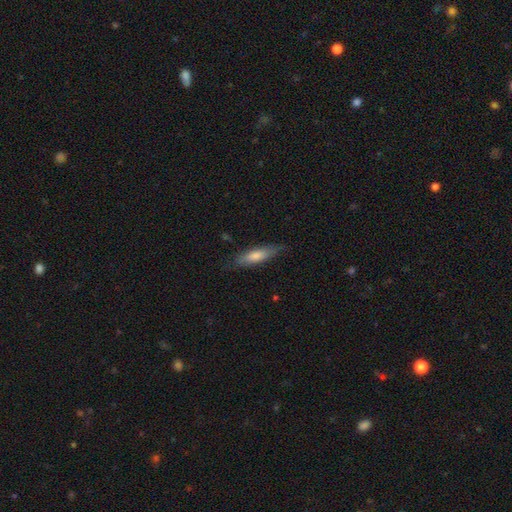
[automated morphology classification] Smooth or featured? Predicted: smooth (p=0.65). How rounded? Predicted: cigar-shaped (p=0.71). Merging? Predicted: none (p=0.78).